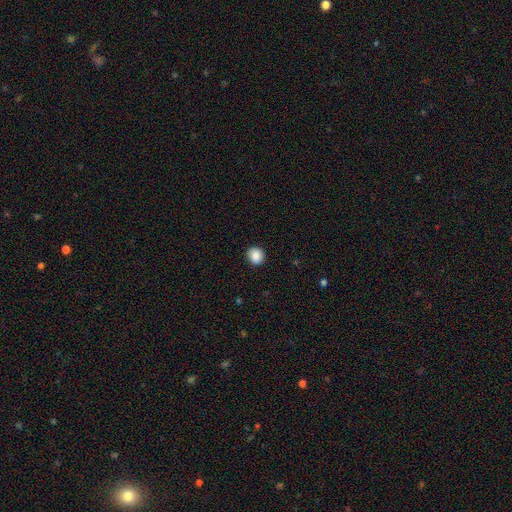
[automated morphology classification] This is clearly a smooth galaxy (87%). How rounded: clearly round (87%). Merging: clearly none (90%).